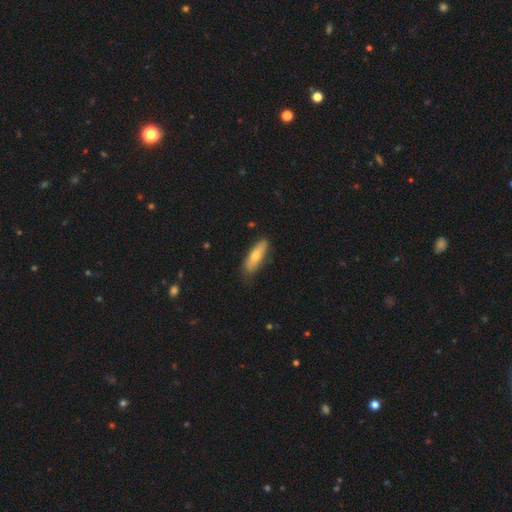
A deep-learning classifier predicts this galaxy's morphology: The model was most divided on "how rounded": cigar-shaped: 53%, in between: 45%, round: 2%. More confident: merging — none (76%); smooth or featured — smooth (64%).